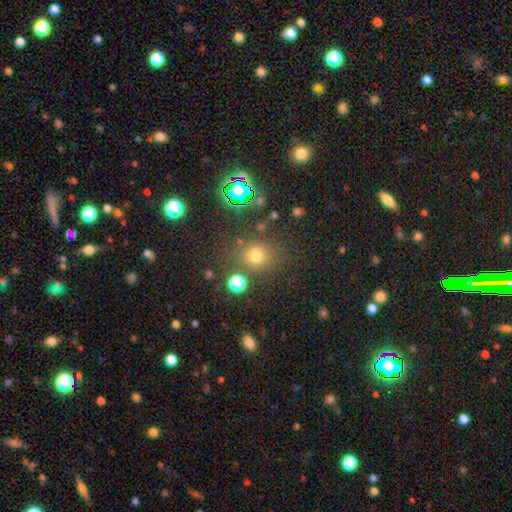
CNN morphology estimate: Smooth or featured: smooth — 68% (star or artifact — 24%)
How rounded: round — 79% (in between — 20%)
Merging: none — 76% (minor disturbance — 11%)